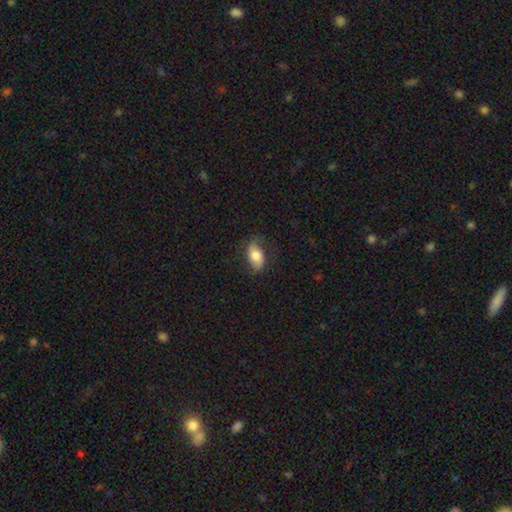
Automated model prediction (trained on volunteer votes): Smooth or featured? Predicted: smooth (p=0.68). How rounded? Predicted: in between (p=0.89). Merging? Predicted: none (p=0.72).